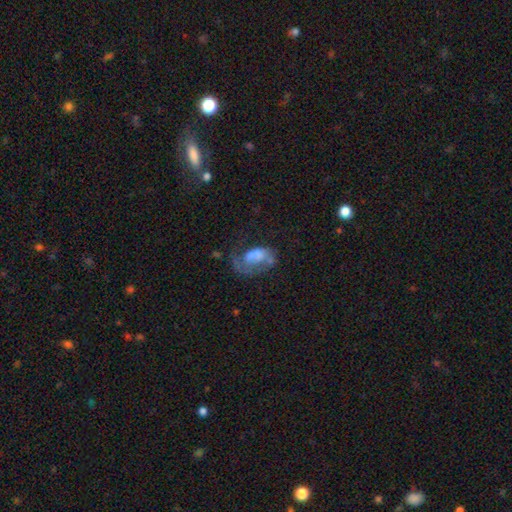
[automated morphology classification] featured or disk 47%, smooth 43%, star or artifact 10%. Down the decision tree: merging — major disturbance (46%).